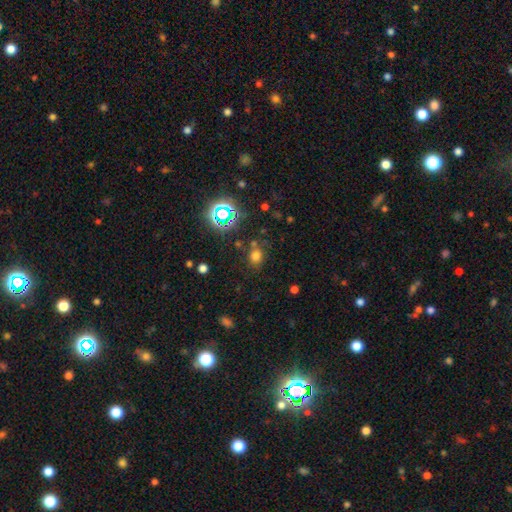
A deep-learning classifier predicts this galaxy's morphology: smooth_or_featured: smooth (p=0.67) [alt: star or artifact p=0.26]
how_rounded: round (p=0.65) [alt: in between p=0.34]
merging: none (p=0.71) [alt: minor disturbance p=0.14]